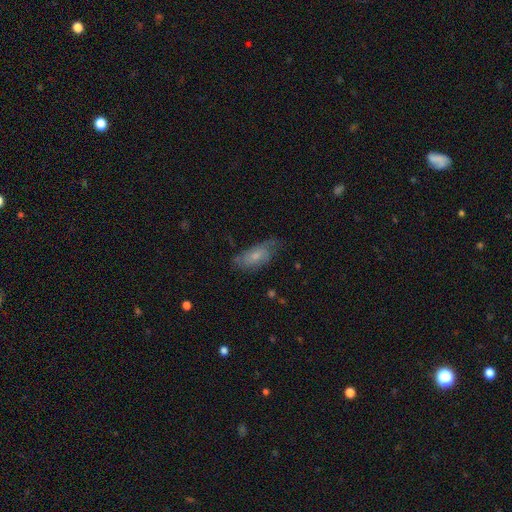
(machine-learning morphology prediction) smooth 53%, featured or disk 39%, star or artifact 8%. Down the decision tree: how rounded — in between (81%); merging — none (55%).